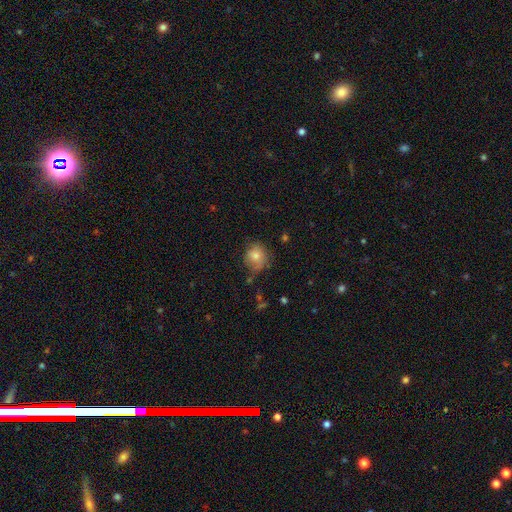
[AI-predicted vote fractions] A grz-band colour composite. It shows a smooth galaxy with no disk features (75%) that is round (78%). Merging: none (57%).